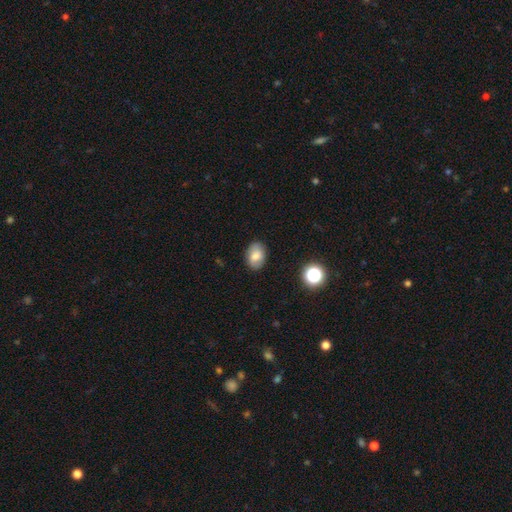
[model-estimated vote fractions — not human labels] This appears to be a smooth galaxy with no disk features (74%) that is in between round and cigar-shaped (79%). Merging: none (84%).